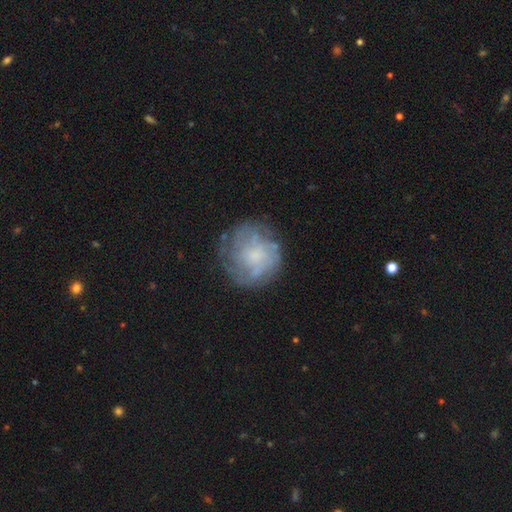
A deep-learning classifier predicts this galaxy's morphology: This is possibly a featured or disk galaxy (54%). It is clearly not viewed edge-on (98%). Bar: likely no (79%). Spiral arm pattern: possibly yes (54%). Central bulge: marginally small (37%). Merging: likely none (70%).